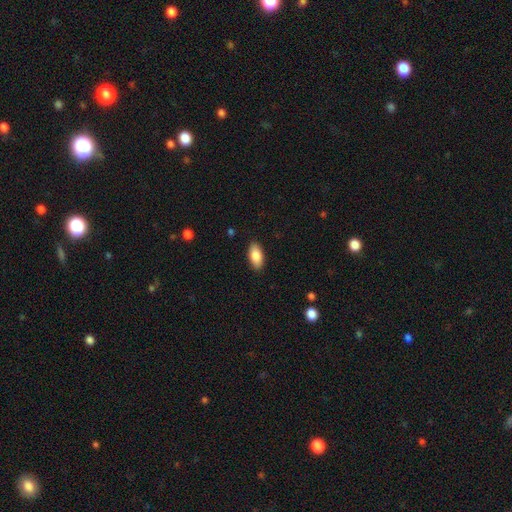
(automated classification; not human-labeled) Smooth or featured? Predicted: smooth (p=0.86). How rounded? Predicted: in between (p=0.92). Merging? Predicted: none (p=0.89).